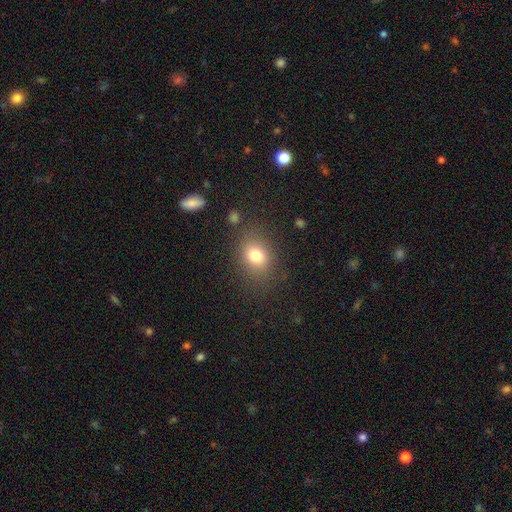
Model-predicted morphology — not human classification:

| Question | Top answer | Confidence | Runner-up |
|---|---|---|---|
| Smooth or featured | smooth | 77% | star or artifact (13%) |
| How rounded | round | 51% | in between (48%) |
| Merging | none | 80% | minor disturbance (12%) |